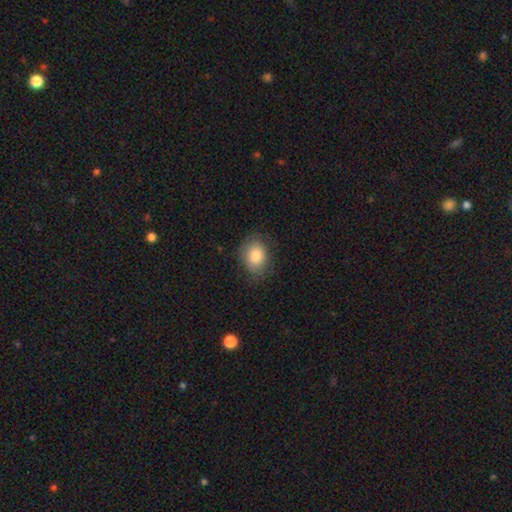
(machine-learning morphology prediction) Smooth or featured? Predicted: smooth (p=0.83). How rounded? Predicted: in between (p=0.58). Merging? Predicted: none (p=0.75).